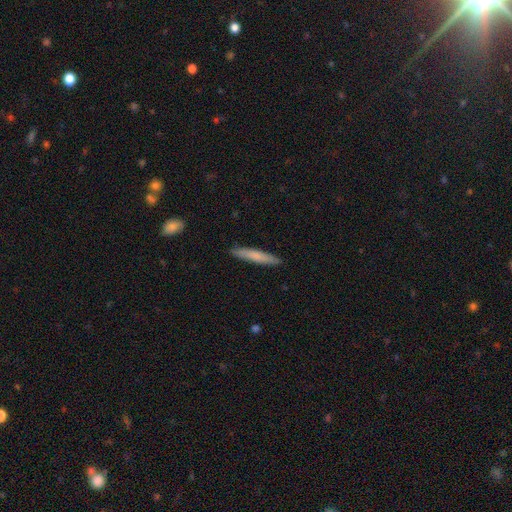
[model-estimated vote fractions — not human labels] Morphology: type=smooth (71%); roundness=cigar-shaped (94%); merging=none (90%).